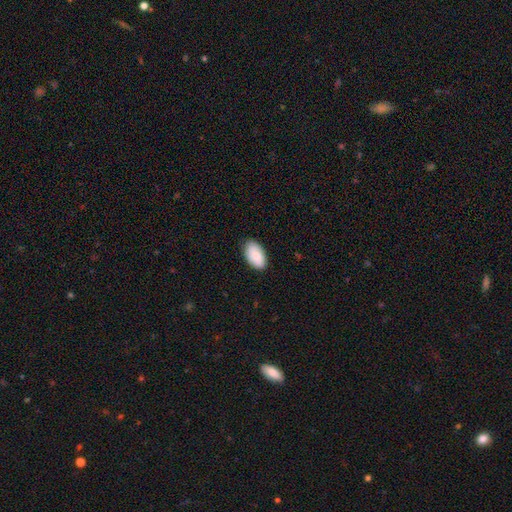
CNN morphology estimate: The model was most divided on "smooth or featured": smooth: 73%, featured or disk: 20%, star or artifact: 6%. More confident: how rounded — in between (94%); merging — none (82%).